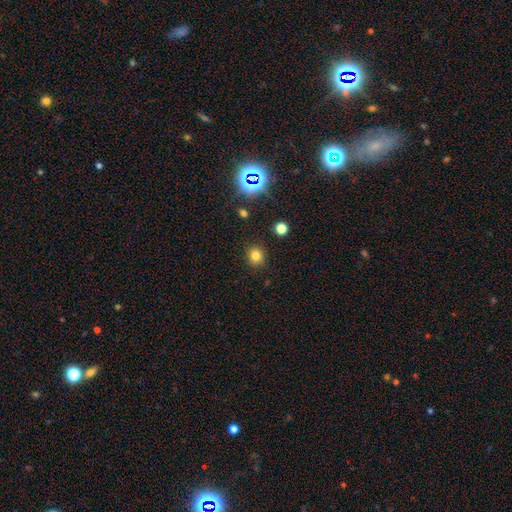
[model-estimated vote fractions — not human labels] Smooth or featured: smooth — 78% (star or artifact — 16%)
How rounded: round — 84% (in between — 15%)
Merging: none — 88% (minor disturbance — 8%)